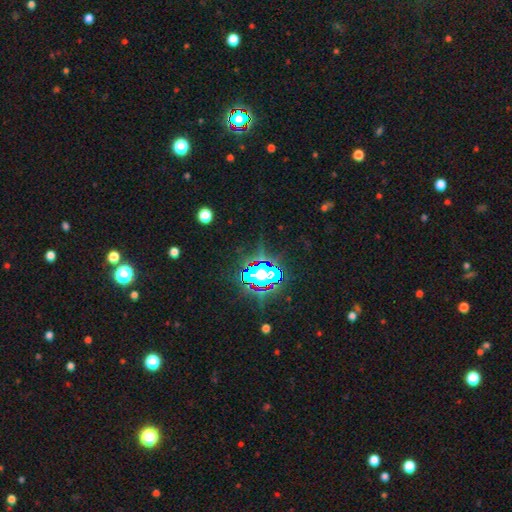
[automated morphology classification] Smooth or featured? star or artifact (84%)